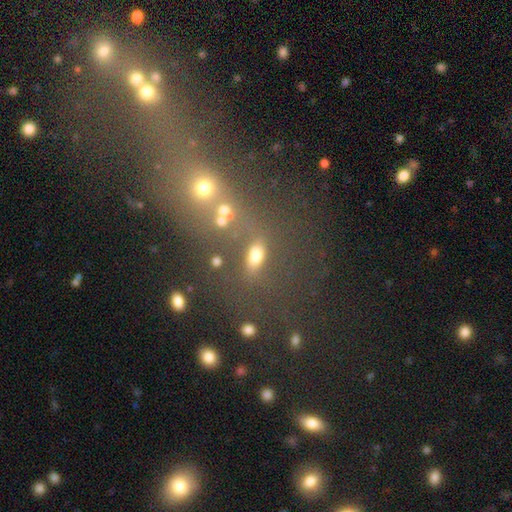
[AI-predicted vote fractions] The model was most divided on "smooth or featured": smooth: 67%, star or artifact: 20%, featured or disk: 14%. More confident: how rounded — in between (67%); merging — none (63%).